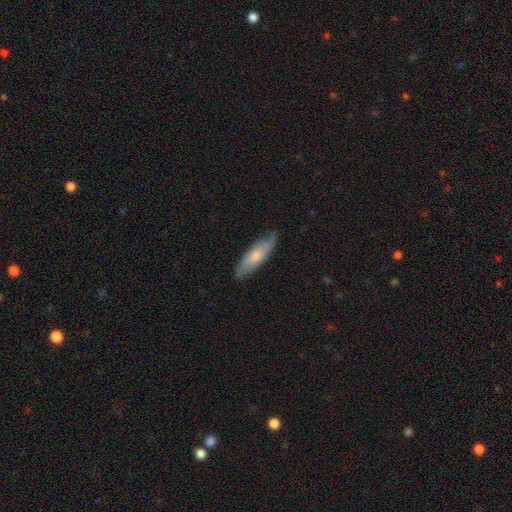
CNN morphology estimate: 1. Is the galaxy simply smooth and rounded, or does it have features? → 62% smooth, 32% featured or disk, 5% star or artifact.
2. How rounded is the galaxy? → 56% cigar-shaped, 42% in between, 2% round.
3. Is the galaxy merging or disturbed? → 77% none, 19% minor disturbance, 3% major disturbance, 1% merger.